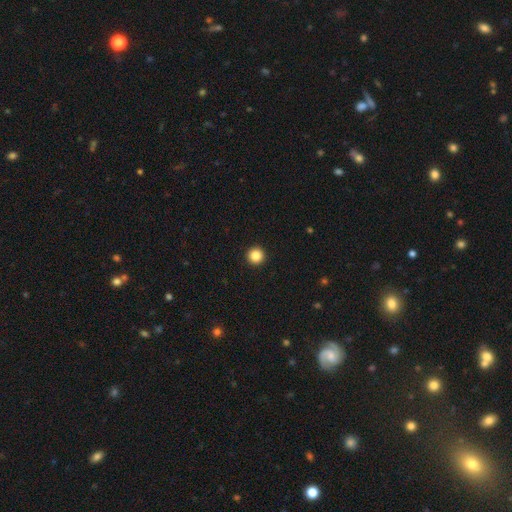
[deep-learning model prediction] smooth-or-featured: smooth: 86% | star or artifact: 10% | featured or disk: 3%
  how-rounded: round: 97% | in between: 2% | cigar-shaped: 1%
  merging: none: 94% | minor disturbance: 4% | major disturbance: 1% | merger: 1%